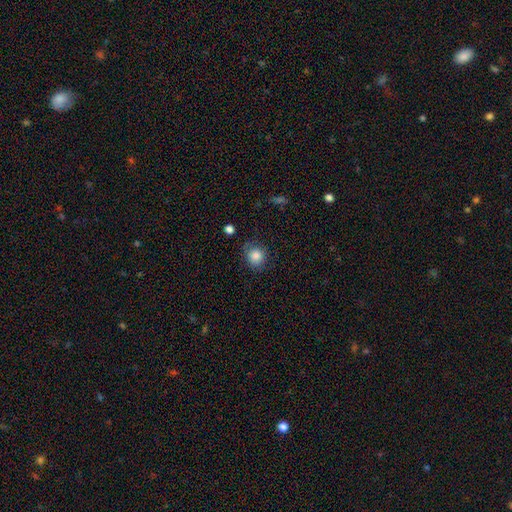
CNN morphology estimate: Q: Smooth or featured?
A: smooth (85%); runner-up: star or artifact (10%)
Q: How rounded?
A: round (83%); runner-up: in between (16%)
Q: Merging?
A: none (75%); runner-up: minor disturbance (18%)